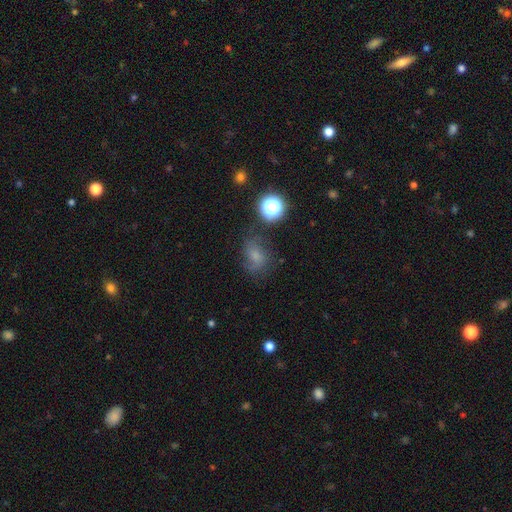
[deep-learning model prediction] Q: Smooth or featured?
A: smooth (44%); runner-up: featured or disk (35%)
Q: Merging?
A: none (56%); runner-up: minor disturbance (24%)